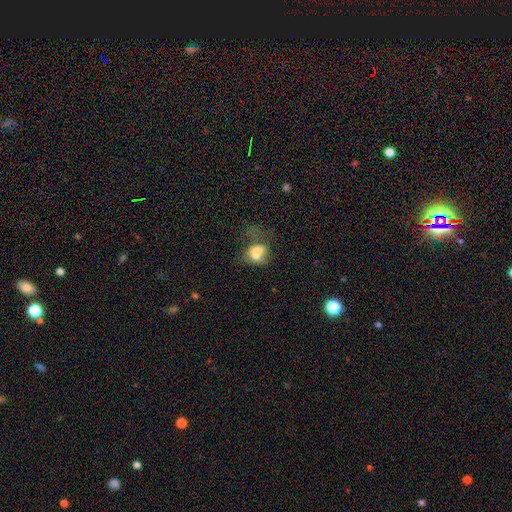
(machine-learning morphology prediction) smooth-or-featured: smooth: 62% | featured or disk: 26% | star or artifact: 13%
  how-rounded: in between: 59% | round: 39% | cigar-shaped: 2%
  merging: merger: 42% | major disturbance: 24% | none: 19% | minor disturbance: 14%